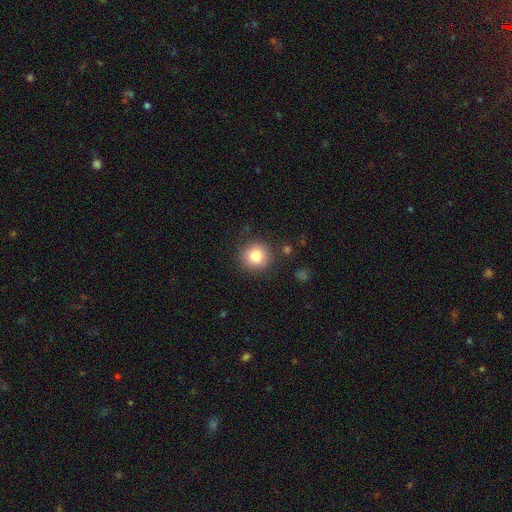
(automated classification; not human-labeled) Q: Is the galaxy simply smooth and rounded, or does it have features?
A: smooth — 82%.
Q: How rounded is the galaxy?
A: round — 93%.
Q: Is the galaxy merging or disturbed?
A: none — 87%.